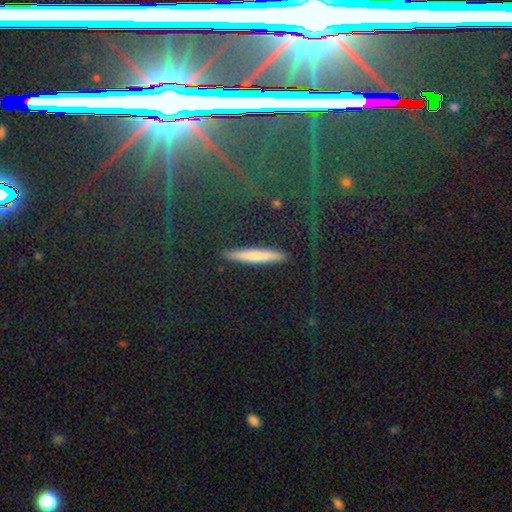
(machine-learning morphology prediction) Smooth or featured?
  - smooth: 59% *
  - featured or disk: 30%
  - star or artifact: 11%
How rounded?
  - cigar-shaped: 93% *
  - in between: 5%
  - round: 2%
Merging?
  - none: 87% *
  - minor disturbance: 9%
  - major disturbance: 2%
  - merger: 2%